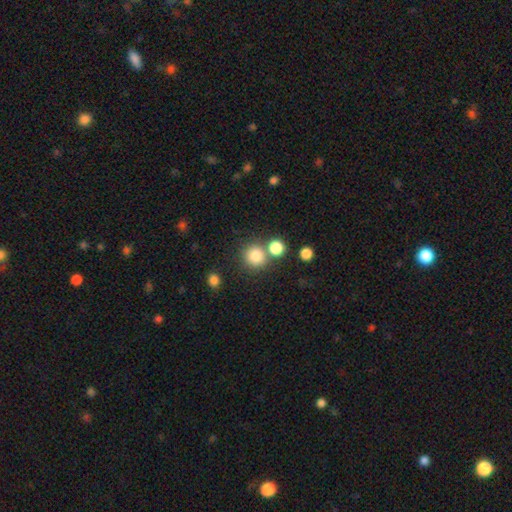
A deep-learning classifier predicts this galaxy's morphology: This is clearly a smooth galaxy (82%). How rounded: clearly round (92%). Merging: likely none (69%).